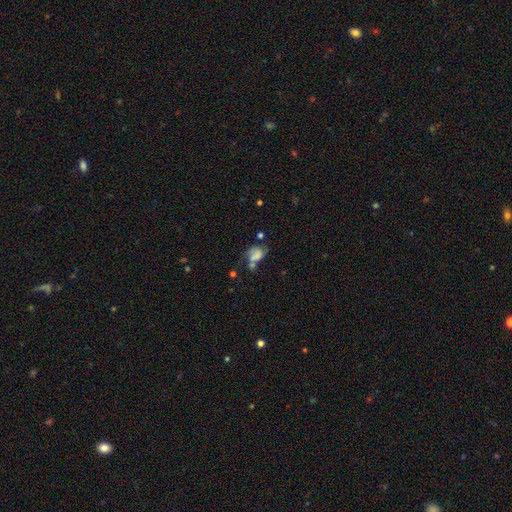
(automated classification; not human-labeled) smooth_or_featured: smooth (p=0.51) [alt: featured or disk p=0.34]
how_rounded: in between (p=0.73) [alt: round p=0.25]
merging: merger (p=0.33) [alt: major disturbance p=0.24]